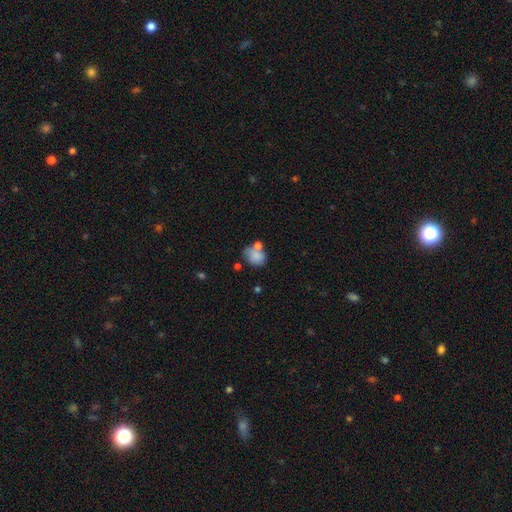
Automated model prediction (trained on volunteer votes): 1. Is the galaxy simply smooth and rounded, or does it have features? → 78% smooth, 13% featured or disk, 9% star or artifact.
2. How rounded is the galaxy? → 54% round, 44% in between, 1% cigar-shaped.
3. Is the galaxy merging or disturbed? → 42% none, 31% merger, 19% minor disturbance, 8% major disturbance.